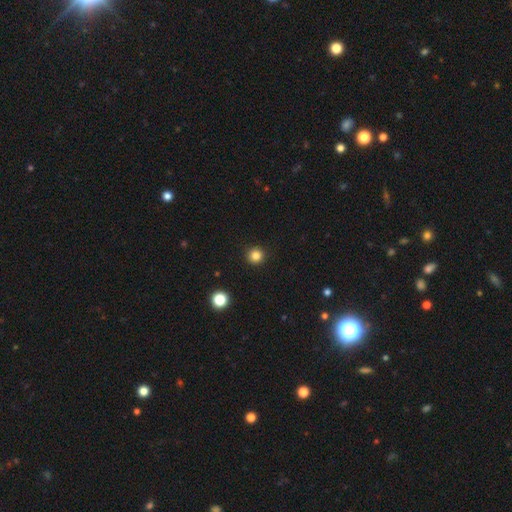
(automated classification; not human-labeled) smooth_or_featured: smooth (p=0.83) [alt: star or artifact p=0.13]
how_rounded: round (p=0.95) [alt: in between p=0.04]
merging: none (p=0.93) [alt: minor disturbance p=0.04]